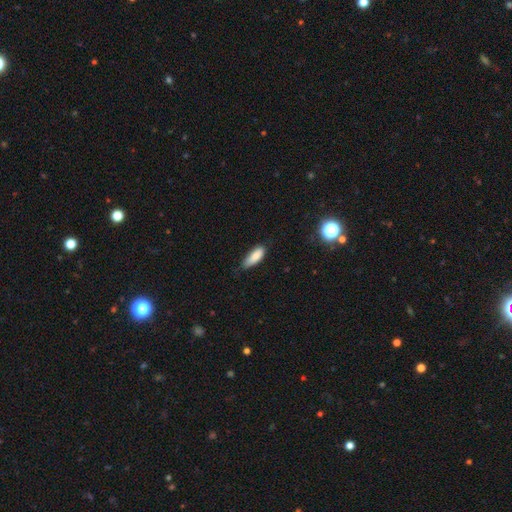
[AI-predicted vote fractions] Morphology: type=smooth (82%); roundness=in between (66%); merging=none (62%).